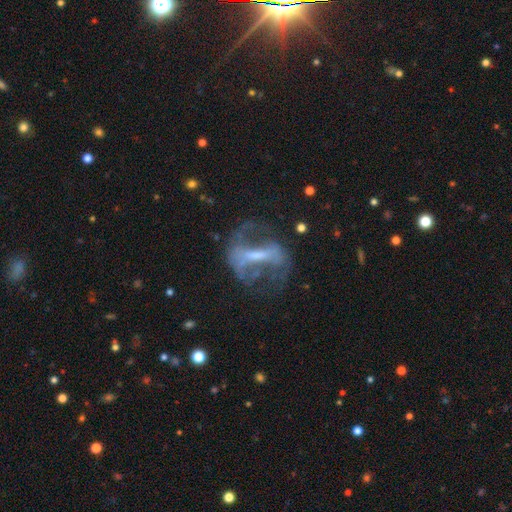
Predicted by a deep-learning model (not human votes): smooth-or-featured: featured or disk: 74% | smooth: 15% | star or artifact: 10%
  disk-edge-on: no: 89% | yes: 11%
    bar: strong: 57% | weak: 28% | no: 15%
    has-spiral-arms: yes: 61% | no: 39%
    bulge-size: small: 40% | moderate: 28% | none: 25% | large: 6% | dominant: 1%
  merging: none: 50% | major disturbance: 29% | minor disturbance: 17% | merger: 4%